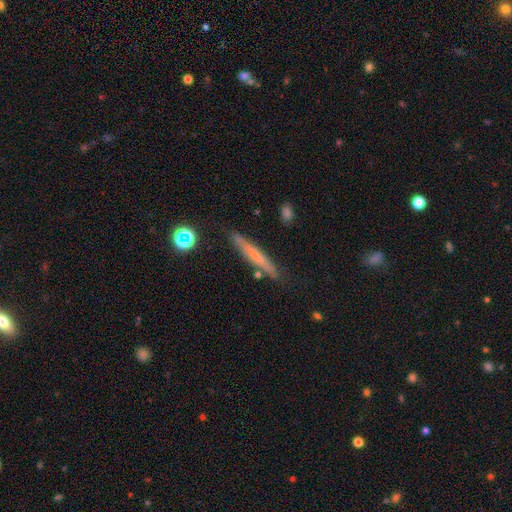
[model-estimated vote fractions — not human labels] A smooth galaxy with no disk features (54%) that is cigar-shaped (94%).

Vote fractions:
- Smooth or featured? smooth: 54% / featured or disk: 37% / star or artifact: 9%
- How rounded? cigar-shaped: 94% / in between: 4% / round: 2%
- Merging? none: 82% / minor disturbance: 12% / merger: 3% / major disturbance: 3%